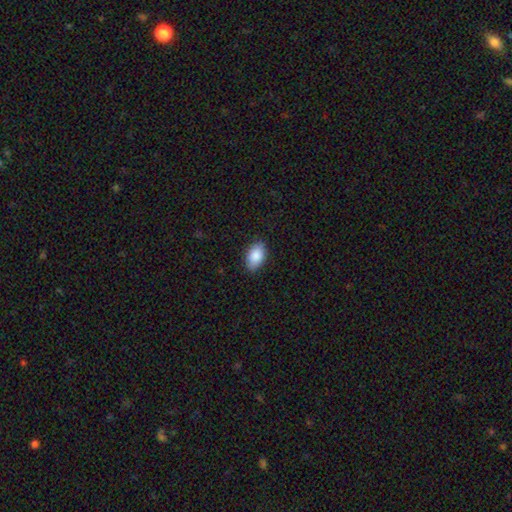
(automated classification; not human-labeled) This appears to be a smooth galaxy with no disk features (88%) that is in between round and cigar-shaped (92%). Merging: none (85%).